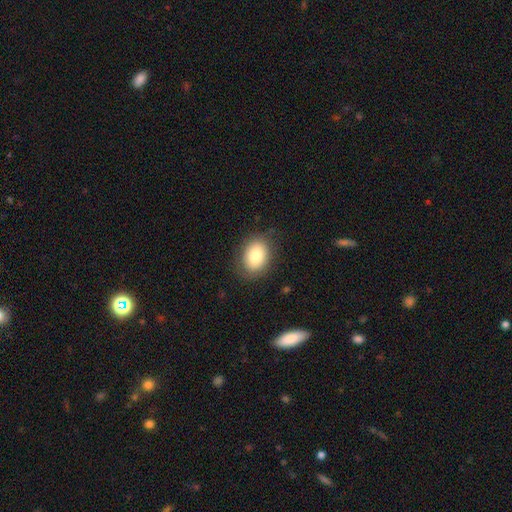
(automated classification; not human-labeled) This is clearly a smooth galaxy (81%). How rounded: likely in between (73%). Merging: clearly none (82%).